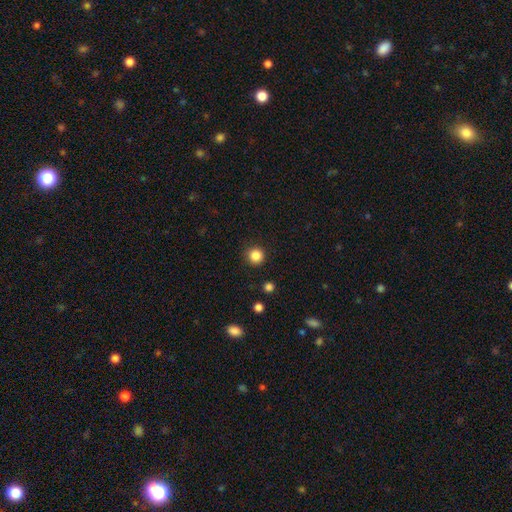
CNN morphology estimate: type=smooth (85%); roundness=round (95%); merging=none (91%).